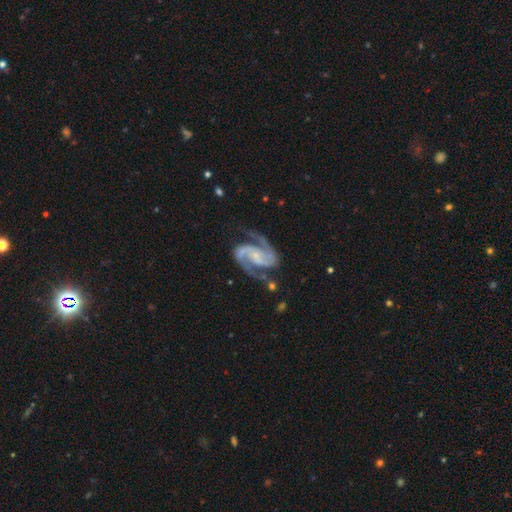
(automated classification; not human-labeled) Overall: featured or disk (94%). Edge-on disk: no (98%). Bar: no (43%; weak 35%). Spiral arms: yes (99%). Spiral arm count: 2 (94%). Spiral winding: medium (62%; tight 24%). Bulge size: small (58%; none 23%). Merging: none (73%).